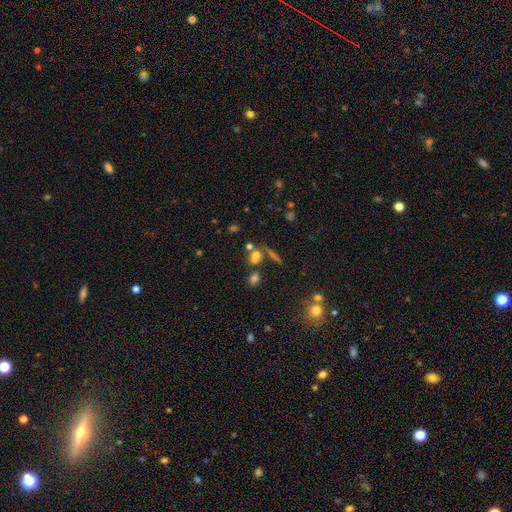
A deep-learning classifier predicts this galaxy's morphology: Smooth or featured? smooth (61%)
How rounded? round (49%)
Merging? none (50%)